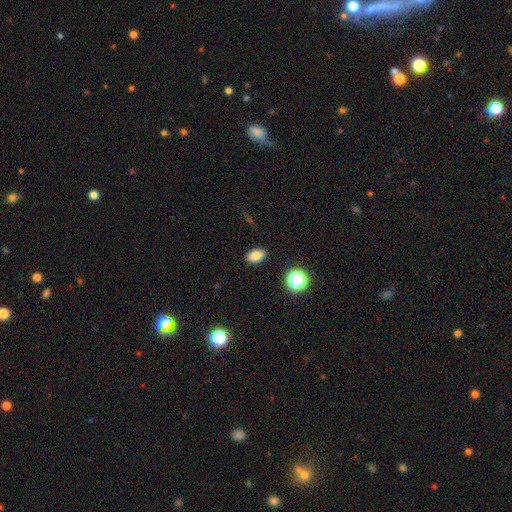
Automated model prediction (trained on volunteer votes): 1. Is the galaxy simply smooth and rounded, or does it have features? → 83% smooth, 12% star or artifact, 5% featured or disk.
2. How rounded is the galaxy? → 87% in between, 11% round, 2% cigar-shaped.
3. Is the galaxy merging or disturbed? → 88% none, 8% minor disturbance, 2% major disturbance, 1% merger.